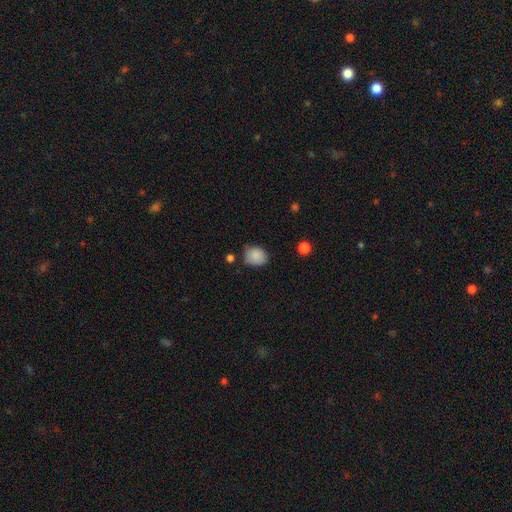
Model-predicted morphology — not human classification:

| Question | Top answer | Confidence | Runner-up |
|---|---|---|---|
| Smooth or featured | smooth | 86% | star or artifact (9%) |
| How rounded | round | 55% | in between (44%) |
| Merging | none | 63% | minor disturbance (28%) |